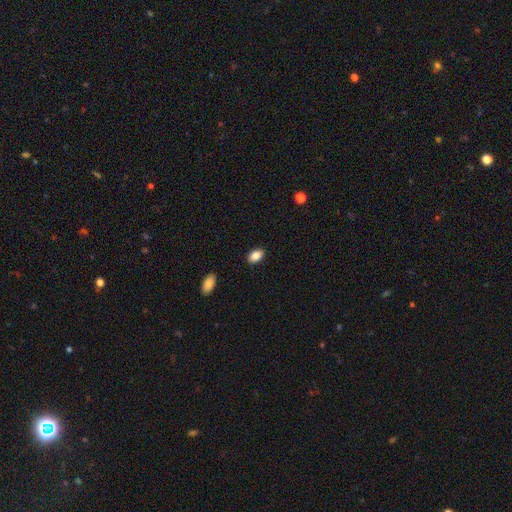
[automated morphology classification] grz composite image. It shows a smooth galaxy with no disk features (86%) that is in between round and cigar-shaped (88%). Merging: none (88%).